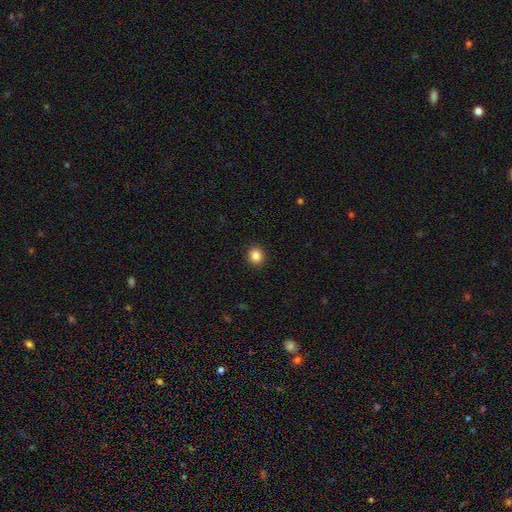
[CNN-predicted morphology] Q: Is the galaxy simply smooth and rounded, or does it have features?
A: smooth — 86%.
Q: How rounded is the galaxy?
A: round — 82%.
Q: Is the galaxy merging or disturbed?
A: none — 92%.